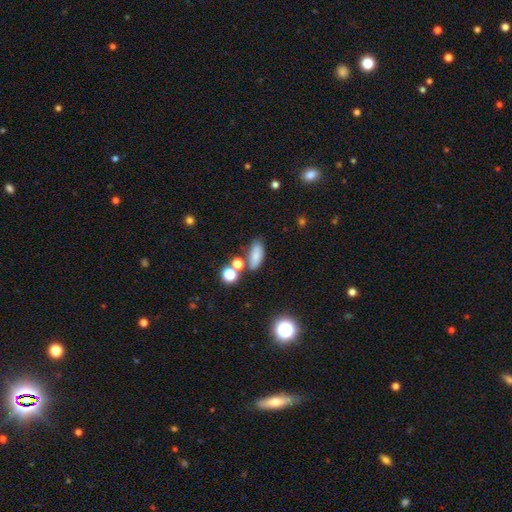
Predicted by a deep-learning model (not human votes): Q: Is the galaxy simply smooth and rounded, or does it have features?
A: smooth — 77%.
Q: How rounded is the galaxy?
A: in between — 70%.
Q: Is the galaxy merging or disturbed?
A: none — 65%.